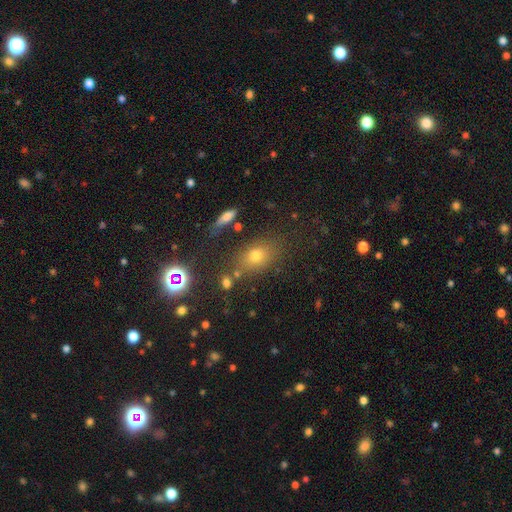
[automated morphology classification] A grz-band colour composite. It shows a smooth galaxy with no disk features (66%) that is in between round and cigar-shaped (65%). Merging: none (73%).